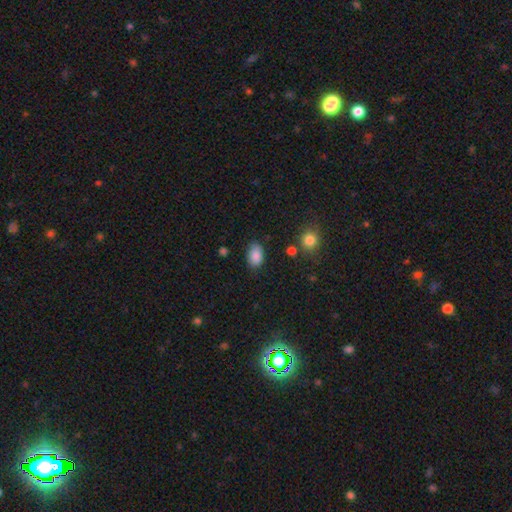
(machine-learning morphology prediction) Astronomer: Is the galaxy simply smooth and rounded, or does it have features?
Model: smooth — 87%.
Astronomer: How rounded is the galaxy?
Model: in between — 88%.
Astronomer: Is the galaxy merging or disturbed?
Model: none — 78%.